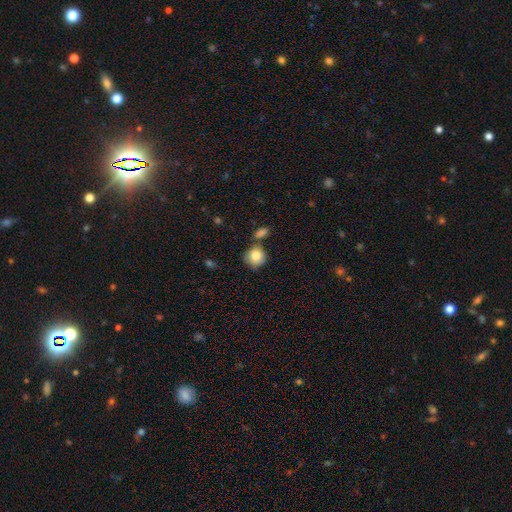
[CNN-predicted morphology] This appears to be a smooth galaxy with no disk features (82%) that is round (87%). Merging: none (64%).